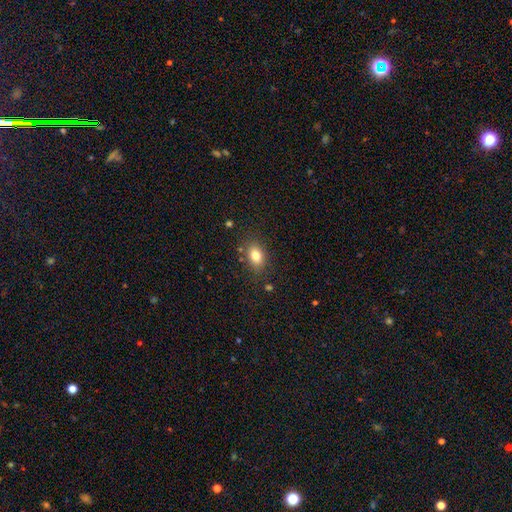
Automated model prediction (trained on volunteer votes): smooth 81%, star or artifact 10%, featured or disk 9%. Down the decision tree: how rounded — in between (76%); merging — none (81%).